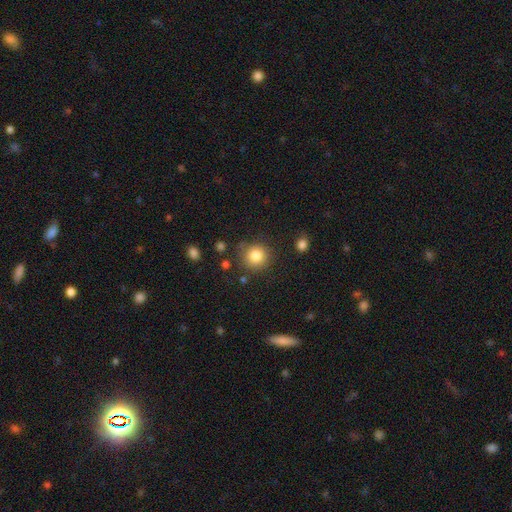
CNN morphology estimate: The model was most divided on "merging": none: 83%, minor disturbance: 10%, major disturbance: 4%, merger: 3%. More confident: how rounded — round (91%); smooth or featured — smooth (83%).